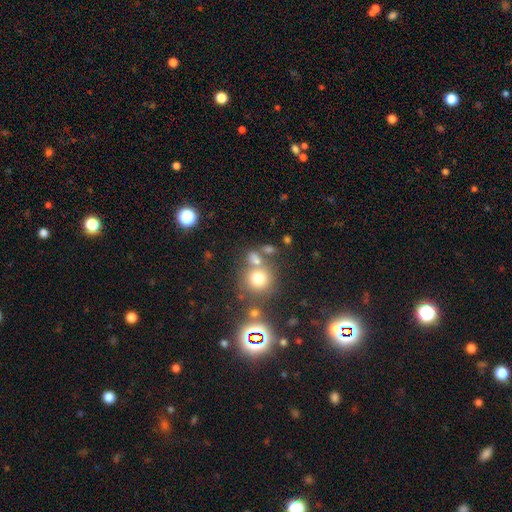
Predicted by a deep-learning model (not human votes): Morphology: type=smooth (58%); roundness=round (84%); merging=none (60%).